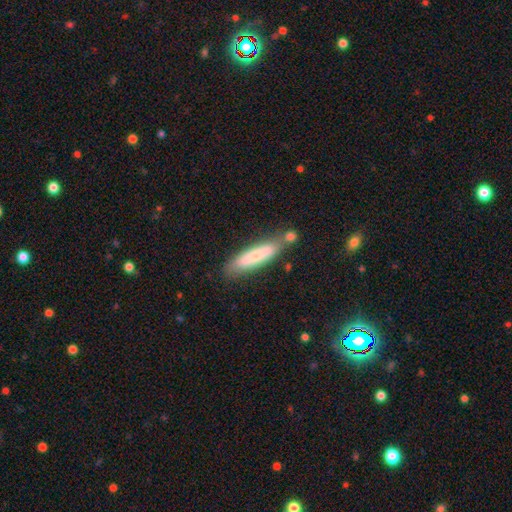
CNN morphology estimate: This appears to be a smooth galaxy with no disk features (69%) that is cigar-shaped (78%). Merging: none (62%).